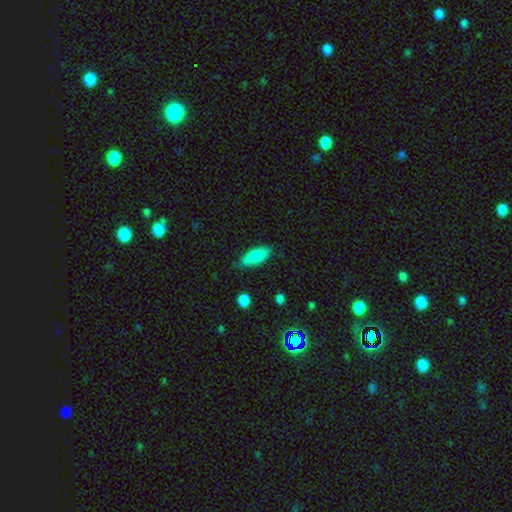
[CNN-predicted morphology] This is clearly a smooth galaxy (86%). How rounded: likely in between (80%). Merging: likely none (72%).